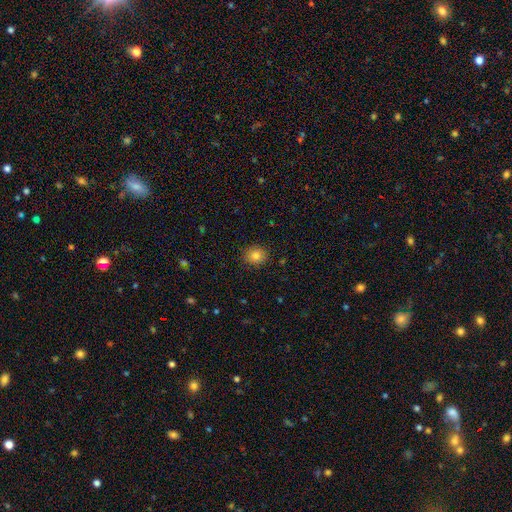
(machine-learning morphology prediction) A smooth galaxy with no disk features (82%) that is round (78%). Merging: none (89%).